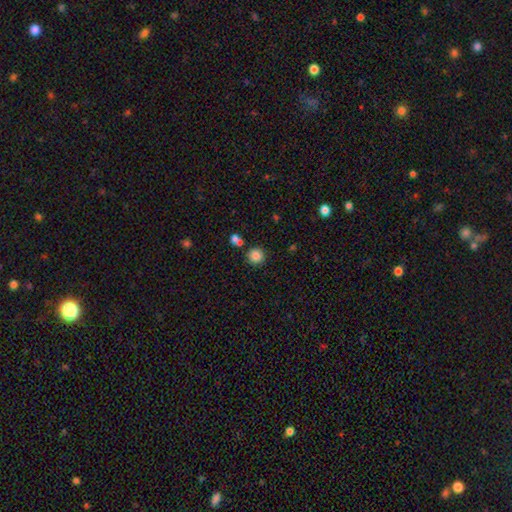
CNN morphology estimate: Smooth or featured? smooth (85%)
How rounded? round (94%)
Merging? none (81%)